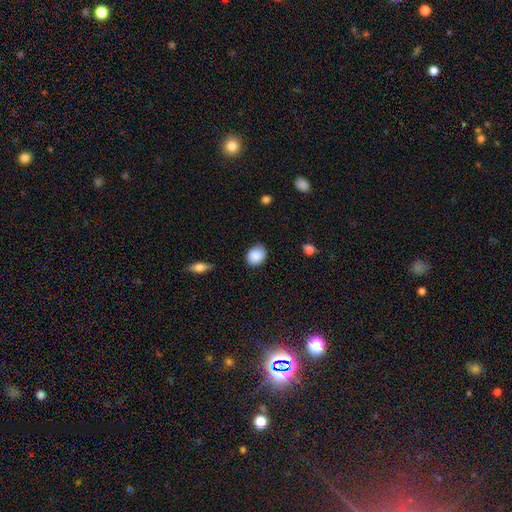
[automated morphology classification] Smooth or featured?
  - smooth: 89% *
  - star or artifact: 7%
  - featured or disk: 4%
How rounded?
  - round: 53% *
  - in between: 46%
  - cigar-shaped: 1%
Merging?
  - none: 79% *
  - minor disturbance: 16%
  - major disturbance: 3%
  - merger: 1%